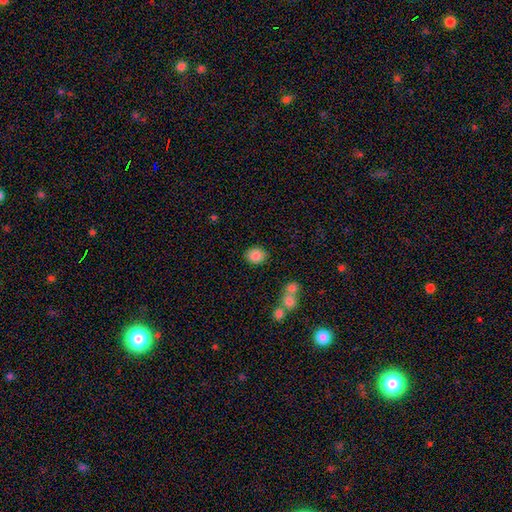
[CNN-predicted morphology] This is clearly a smooth galaxy (86%). How rounded: likely round (65%). Merging: clearly none (85%).